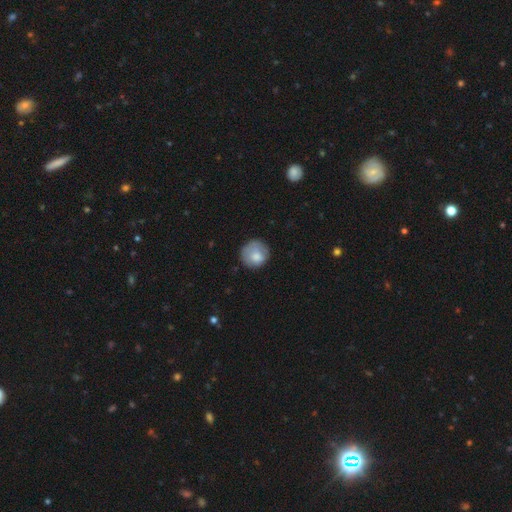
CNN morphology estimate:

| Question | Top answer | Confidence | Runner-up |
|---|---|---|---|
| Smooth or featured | smooth | 75% | featured or disk (18%) |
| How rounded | round | 89% | in between (10%) |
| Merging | none | 70% | minor disturbance (21%) |